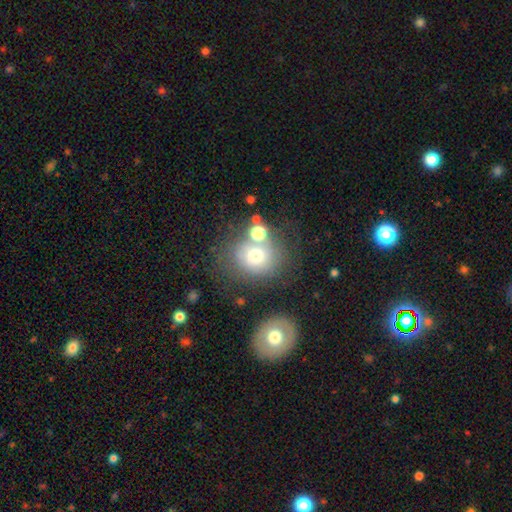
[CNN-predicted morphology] smooth-or-featured: smooth: 65% | featured or disk: 21% | star or artifact: 14%
  how-rounded: round: 74% | in between: 25% | cigar-shaped: 1%
  merging: none: 53% | merger: 23% | minor disturbance: 15% | major disturbance: 9%